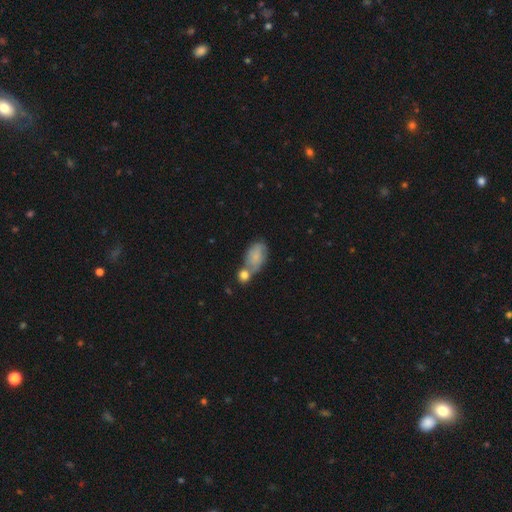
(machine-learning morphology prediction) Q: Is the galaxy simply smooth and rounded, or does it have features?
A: smooth — 73%.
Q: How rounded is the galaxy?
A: in between — 89%.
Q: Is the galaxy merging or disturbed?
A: merger — 42%.